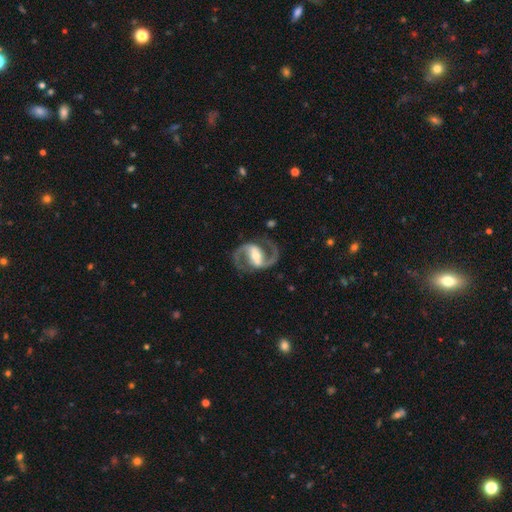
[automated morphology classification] Smooth or featured? featured or disk (92%)
Edge-on disk? no (98%)
Bar? strong (59%)
Spiral arms? yes (97%)
Spiral winding? medium (64%)
Spiral arm count? 2 (94%)
Bulge size? moderate (59%)
Merging? none (83%)